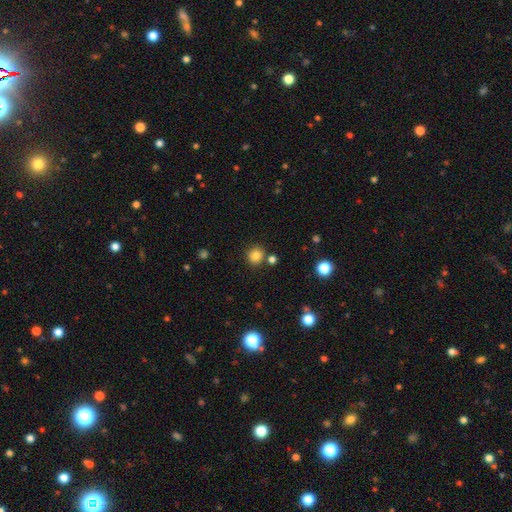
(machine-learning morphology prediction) Smooth or featured: smooth — 82% (star or artifact — 13%)
How rounded: round — 89% (in between — 10%)
Merging: none — 81% (merger — 9%)